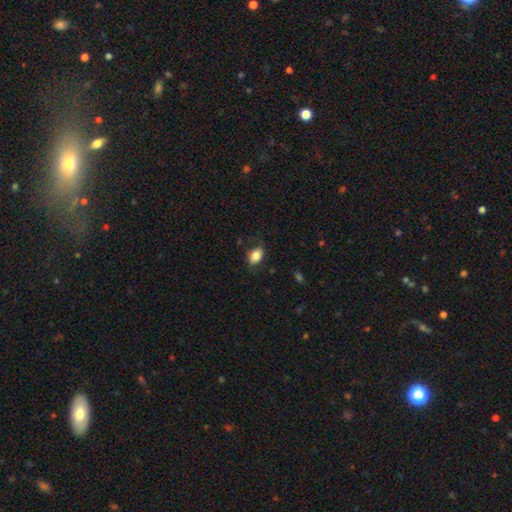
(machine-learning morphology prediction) Smooth or featured? smooth (85%)
How rounded? in between (83%)
Merging? none (81%)